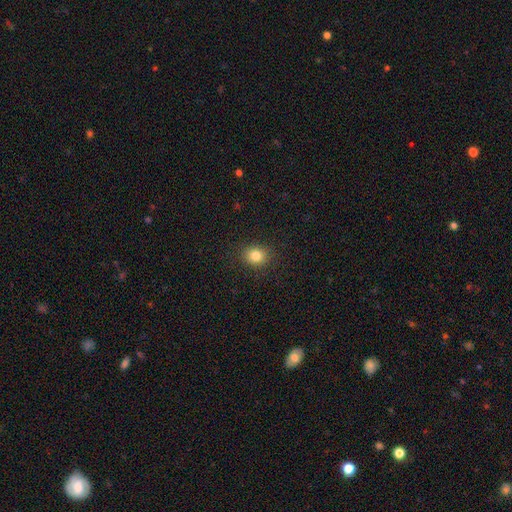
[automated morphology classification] Q: Smooth or featured?
A: smooth (82%); runner-up: star or artifact (12%)
Q: How rounded?
A: round (68%); runner-up: in between (31%)
Q: Merging?
A: none (89%); runner-up: minor disturbance (7%)